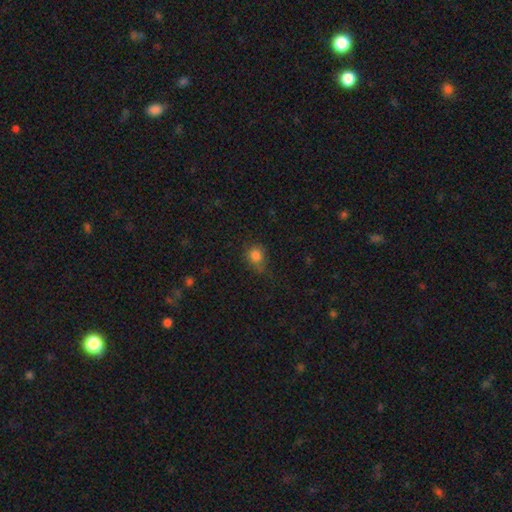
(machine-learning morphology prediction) This is clearly a smooth galaxy (81%). How rounded: likely round (73%). Merging: likely none (63%).